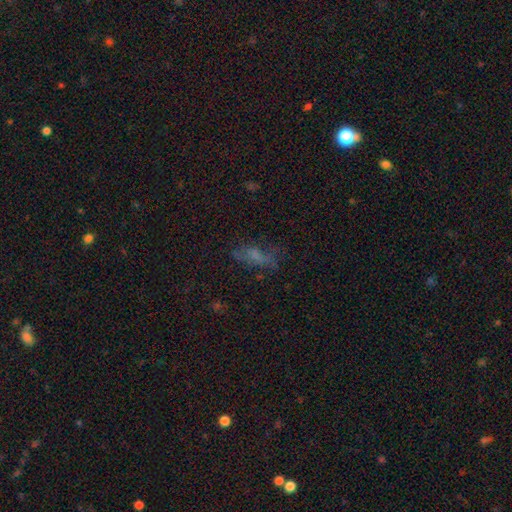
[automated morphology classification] Smooth or featured? Predicted: smooth (p=0.48). Merging? Predicted: none (p=0.52).